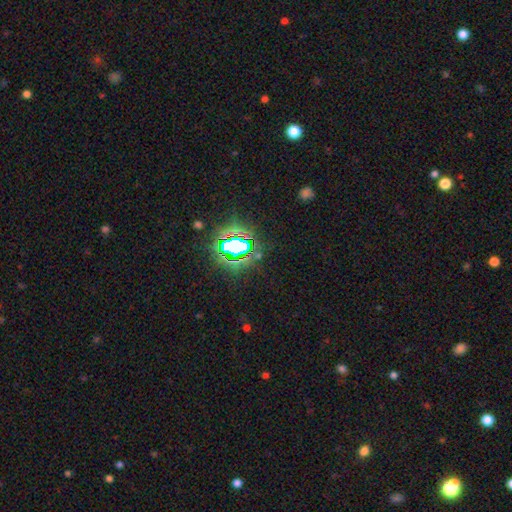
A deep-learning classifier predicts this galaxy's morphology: A star or artifact, not a galaxy (79%).